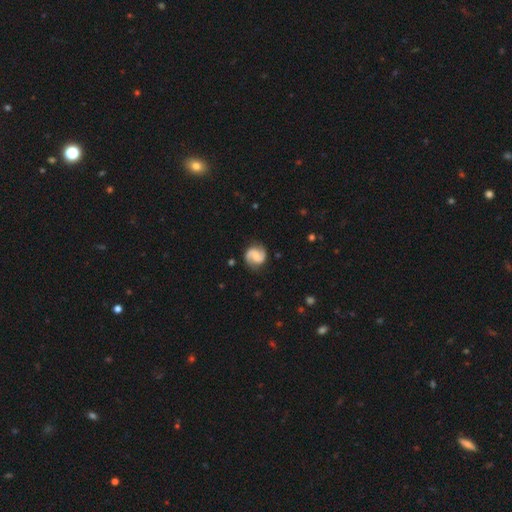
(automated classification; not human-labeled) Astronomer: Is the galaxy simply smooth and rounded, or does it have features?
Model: featured or disk — 83%.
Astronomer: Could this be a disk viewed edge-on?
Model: no — 98%.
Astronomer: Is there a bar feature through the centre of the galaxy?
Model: no — 44%, tied with weak at 44%.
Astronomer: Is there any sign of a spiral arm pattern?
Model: yes — 97%.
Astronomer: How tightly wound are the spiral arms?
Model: medium — 50% (runner-up: loose, 26%).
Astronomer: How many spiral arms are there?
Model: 2 — 93%.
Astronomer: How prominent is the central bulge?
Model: small — 45% (runner-up: moderate, 39%).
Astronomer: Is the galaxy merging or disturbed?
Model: none — 84%.